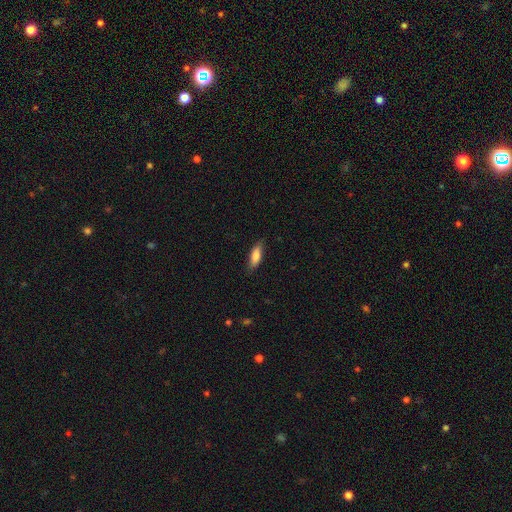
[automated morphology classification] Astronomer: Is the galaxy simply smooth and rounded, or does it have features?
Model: smooth — 80%.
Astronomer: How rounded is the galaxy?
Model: in between — 61% (runner-up: cigar-shaped, 37%).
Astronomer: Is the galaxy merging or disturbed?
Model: none — 80%.